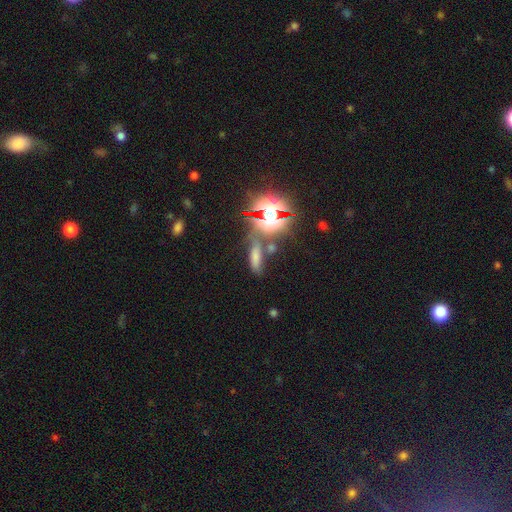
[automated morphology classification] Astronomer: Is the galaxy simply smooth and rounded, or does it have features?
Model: smooth — 55% (runner-up: star or artifact, 31%).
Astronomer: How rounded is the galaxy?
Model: cigar-shaped — 45% (runner-up: in between, 39%).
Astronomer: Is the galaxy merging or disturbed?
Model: none — 61%.